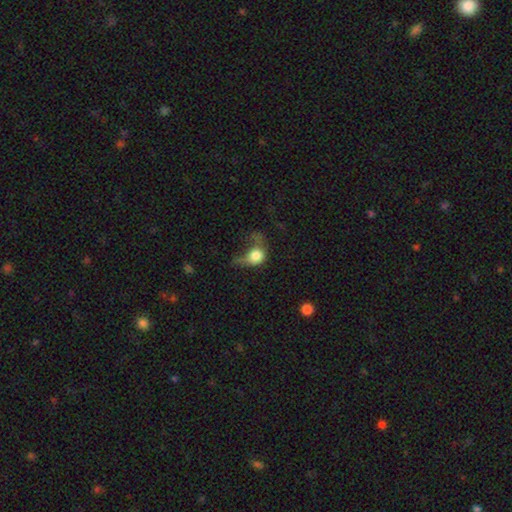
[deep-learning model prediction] Overall: smooth (71%). How rounded: round (61%; in between 37%). Merging: major disturbance (53%; minor disturbance 22%).